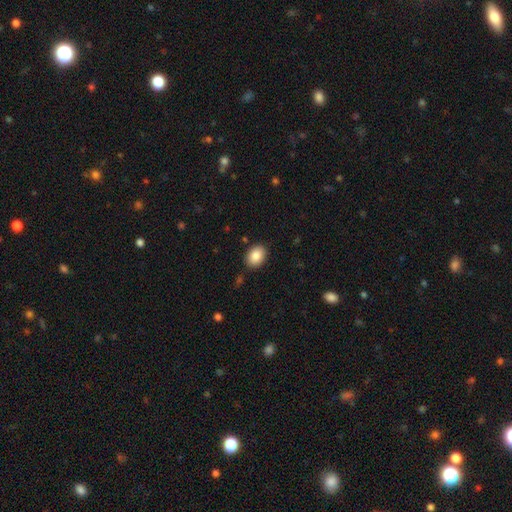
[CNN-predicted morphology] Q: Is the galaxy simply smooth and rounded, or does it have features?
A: smooth — 87%.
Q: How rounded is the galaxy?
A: in between — 72%.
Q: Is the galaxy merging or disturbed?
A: none — 87%.